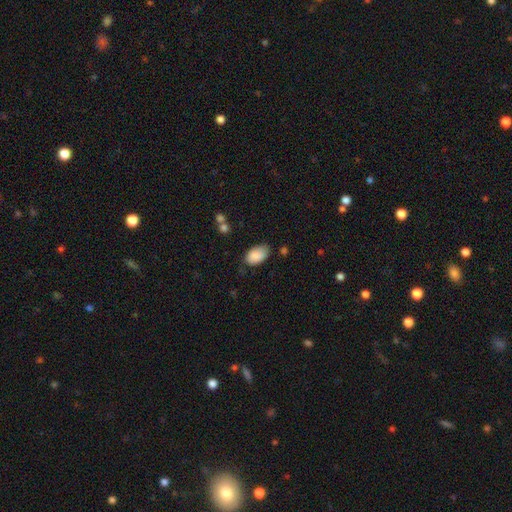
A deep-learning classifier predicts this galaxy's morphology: Smooth or featured? smooth (87%)
How rounded? in between (94%)
Merging? none (68%)